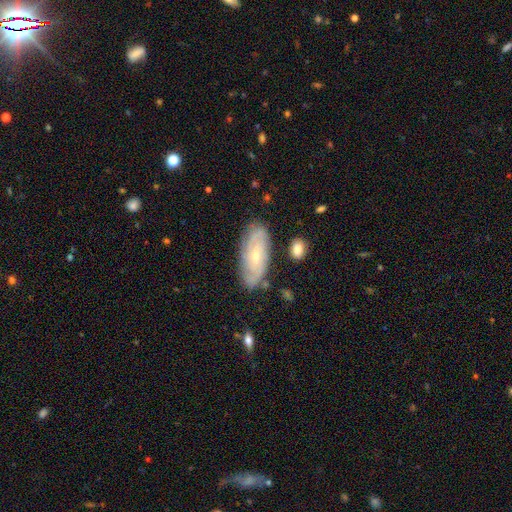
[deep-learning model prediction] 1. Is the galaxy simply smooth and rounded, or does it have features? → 74% featured or disk, 20% smooth, 7% star or artifact.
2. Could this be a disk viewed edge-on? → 92% no, 8% yes.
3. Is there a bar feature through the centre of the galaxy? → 67% no, 28% weak, 5% strong.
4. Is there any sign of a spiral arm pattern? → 92% yes, 8% no.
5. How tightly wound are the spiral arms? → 62% tight, 29% medium, 9% loose.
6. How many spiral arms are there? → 35% can't tell, 30% 2, 18% 3, 9% 4, 4% more than 4, 4% 1.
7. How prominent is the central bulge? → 70% small, 27% moderate, 1% none, 1% large, 1% dominant.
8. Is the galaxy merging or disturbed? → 79% none, 15% minor disturbance, 3% major disturbance, 3% merger.